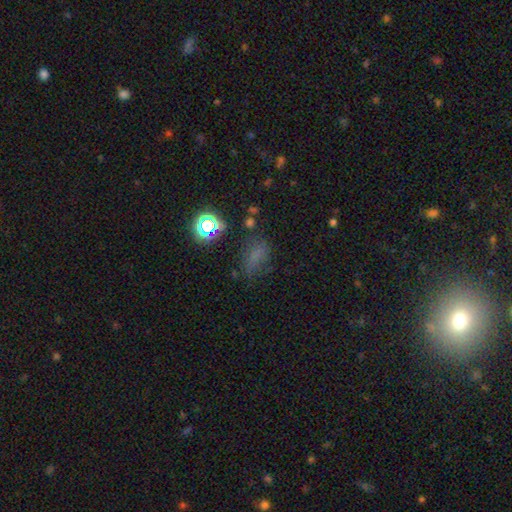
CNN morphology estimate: Smooth or featured? Predicted: smooth (p=0.56). How rounded? Predicted: in between (p=0.74). Merging? Predicted: none (p=0.57).